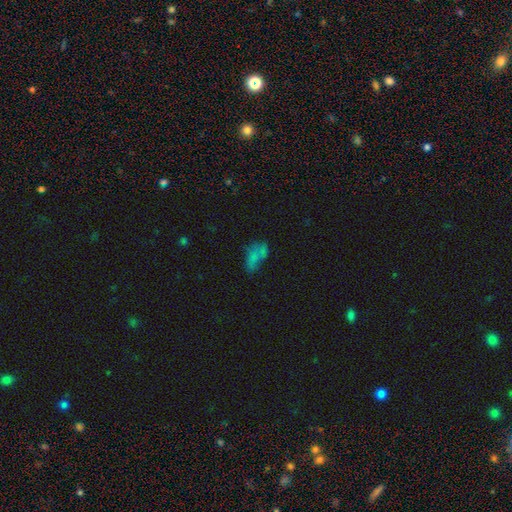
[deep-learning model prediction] Morphology: type=smooth (60%); roundness=in between (85%); merging=none (36%).